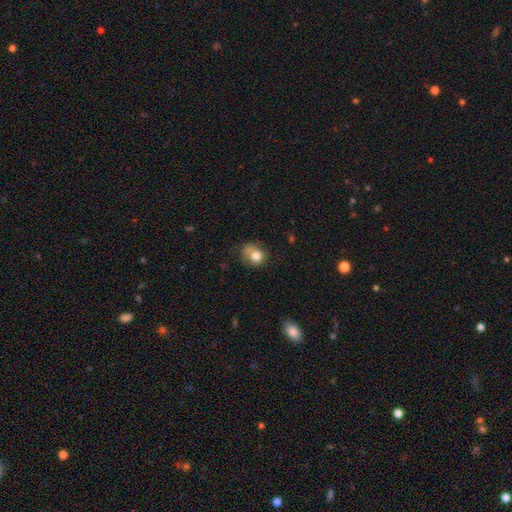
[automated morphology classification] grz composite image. It shows a smooth galaxy with no disk features (77%) that is round (71%). Merging: none (49%).